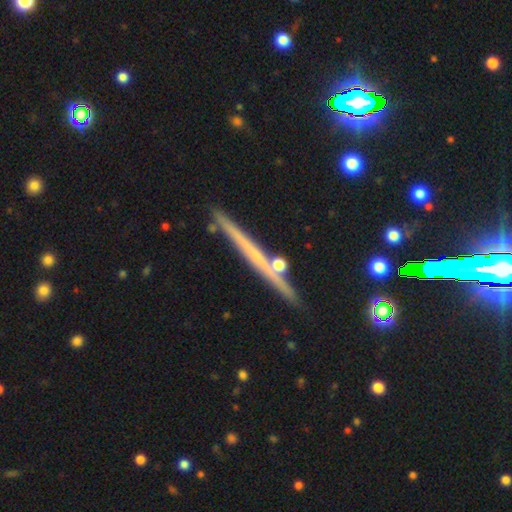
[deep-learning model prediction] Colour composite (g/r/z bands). It shows a featured or disk galaxy (61%) viewed edge-on (97%) with no central bulge (76%). Merging: none (85%).